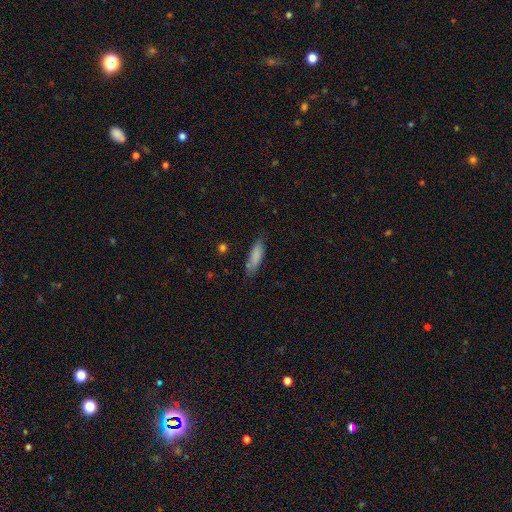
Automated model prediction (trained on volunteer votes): The model was most divided on "how rounded": cigar-shaped: 57%, in between: 42%, round: 2%. More confident: smooth or featured — smooth (84%); merging — none (77%).